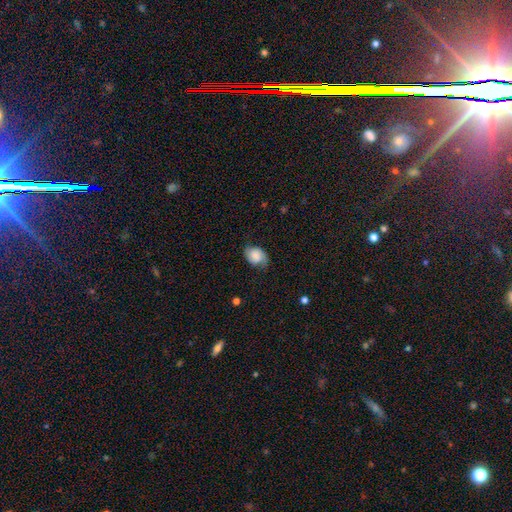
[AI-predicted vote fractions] Smooth or featured? Predicted: smooth (p=0.48). Merging? Predicted: none (p=0.67).